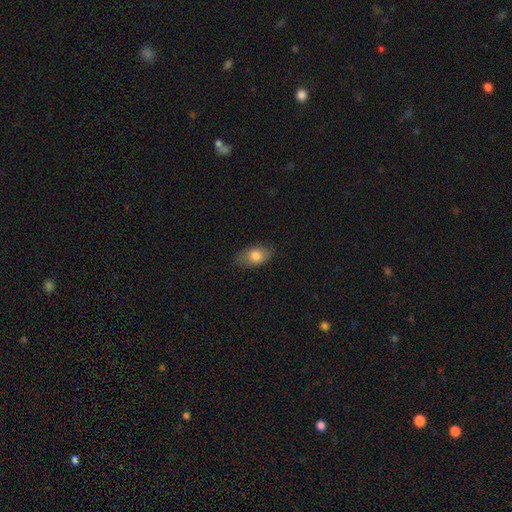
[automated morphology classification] A smooth galaxy with no disk features (79%) that is in between round and cigar-shaped (89%). Merging: none (79%).